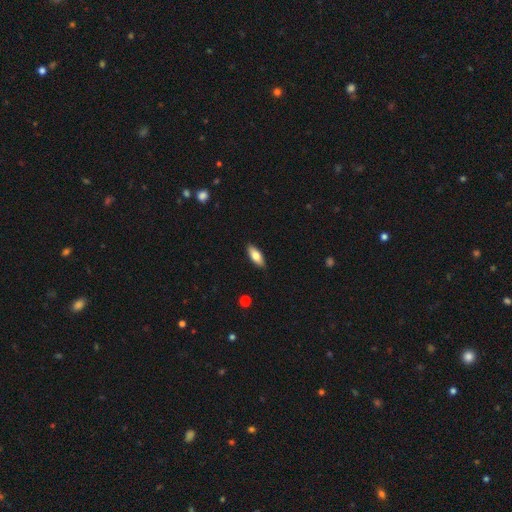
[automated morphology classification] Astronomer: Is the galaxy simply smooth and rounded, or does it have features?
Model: smooth — 73%.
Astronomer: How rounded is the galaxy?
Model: in between — 75%.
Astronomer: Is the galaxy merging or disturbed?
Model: none — 88%.